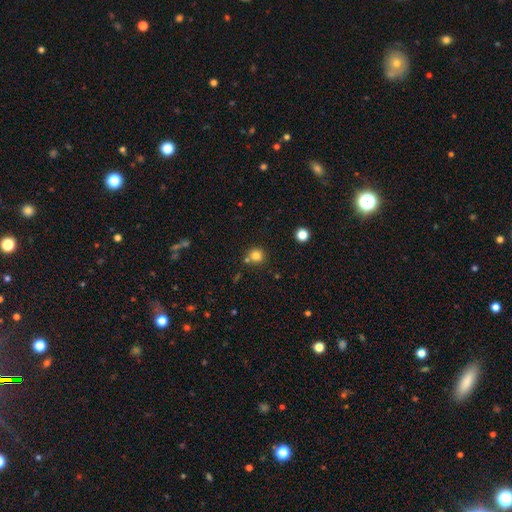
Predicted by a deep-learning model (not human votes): This appears to be a smooth galaxy with no disk features (80%) that is round (90%). Merging: none (70%).